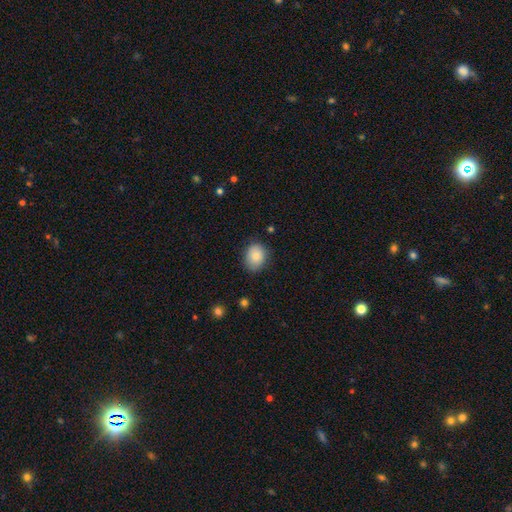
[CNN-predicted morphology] smooth 85%, star or artifact 7%, featured or disk 7%. Down the decision tree: how rounded — in between (53%); merging — none (79%).